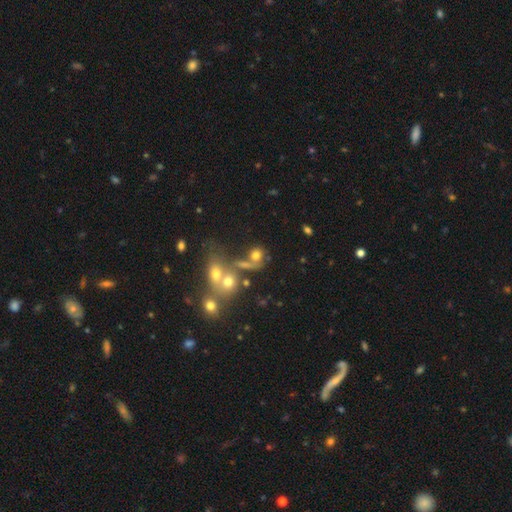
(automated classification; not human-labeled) Q: Smooth or featured?
A: smooth (66%); runner-up: star or artifact (17%)
Q: How rounded?
A: round (67%); runner-up: in between (30%)
Q: Merging?
A: none (39%); runner-up: merger (36%)